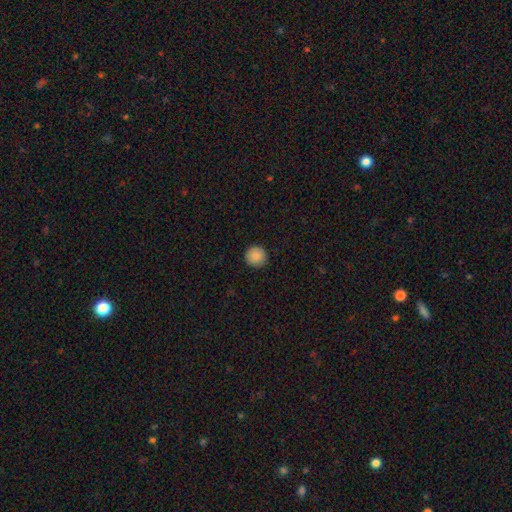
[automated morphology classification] Smooth or featured? Predicted: smooth (p=0.88). How rounded? Predicted: round (p=0.95). Merging? Predicted: none (p=0.92).